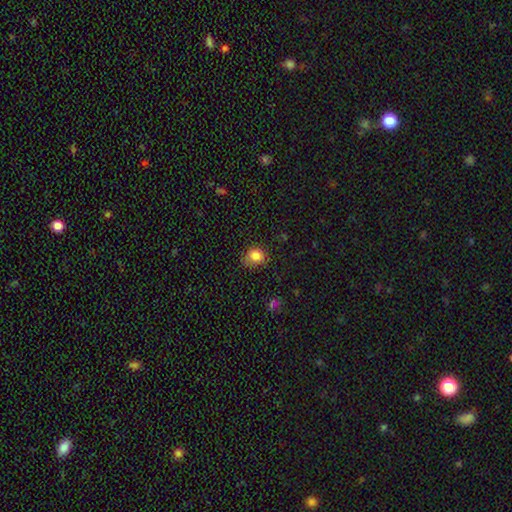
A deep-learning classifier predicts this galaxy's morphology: Smooth or featured: smooth — 83% (star or artifact — 11%)
How rounded: round — 63% (in between — 36%)
Merging: none — 68% (minor disturbance — 24%)